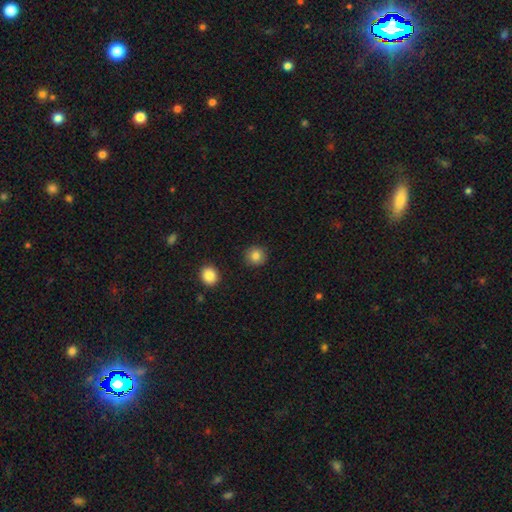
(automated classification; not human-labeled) Smooth or featured? Predicted: smooth (p=0.84). How rounded? Predicted: round (p=0.91). Merging? Predicted: none (p=0.90).